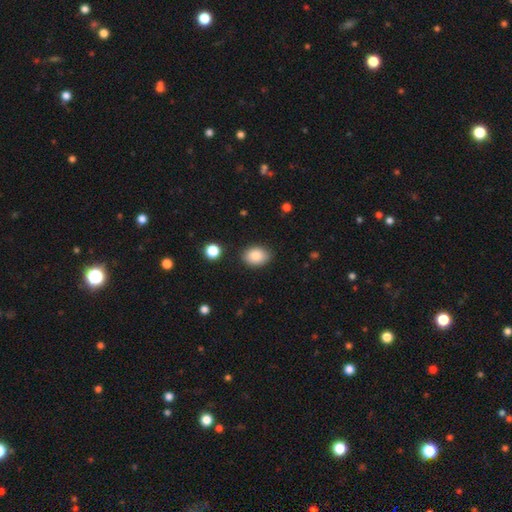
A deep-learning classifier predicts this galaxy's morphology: This is clearly a smooth galaxy (85%). How rounded: likely in between (72%). Merging: clearly none (83%).